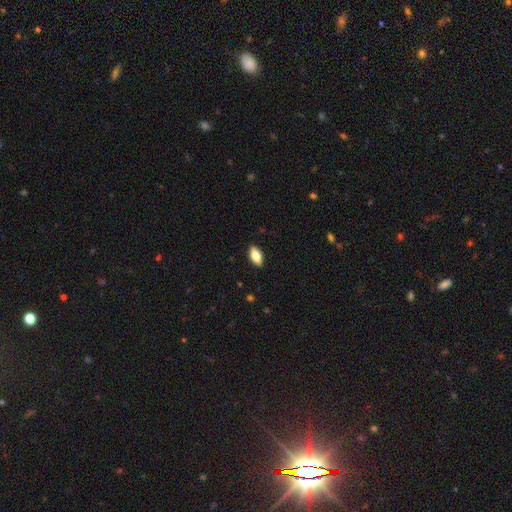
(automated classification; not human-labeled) This appears to be a smooth galaxy with no disk features (74%) that is in between round and cigar-shaped (87%). Merging: none (89%).